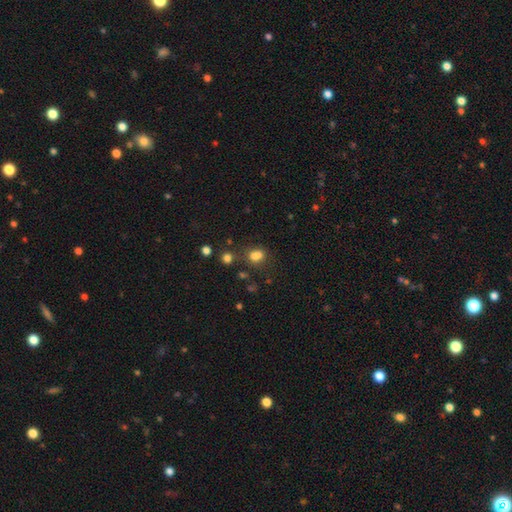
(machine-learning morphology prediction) smooth_or_featured: smooth (p=0.74) [alt: star or artifact p=0.17]
how_rounded: round (p=0.51) [alt: in between p=0.47]
merging: none (p=0.48) [alt: merger p=0.31]